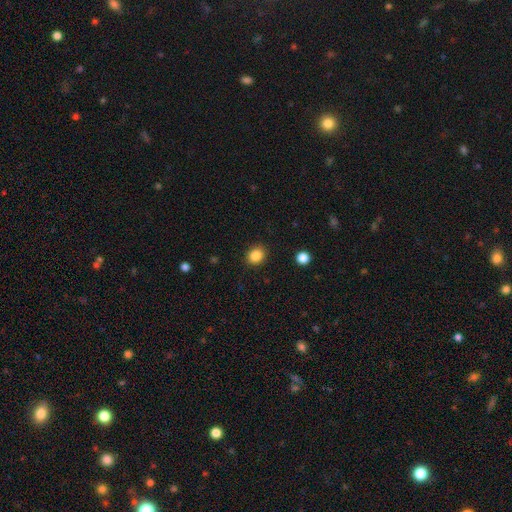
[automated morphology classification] smooth-or-featured: smooth: 86% | star or artifact: 10% | featured or disk: 4%
  how-rounded: round: 67% | in between: 32% | cigar-shaped: 1%
  merging: none: 89% | minor disturbance: 7% | major disturbance: 2% | merger: 1%